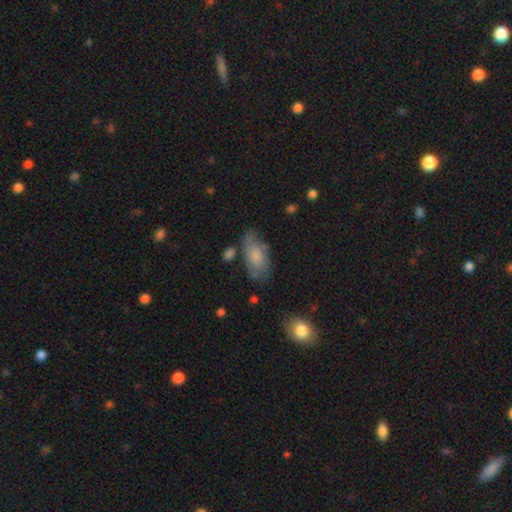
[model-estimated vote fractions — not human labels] smooth_or_featured: smooth (p=0.69) [alt: featured or disk p=0.24]
how_rounded: in between (p=0.90) [alt: cigar-shaped p=0.06]
merging: none (p=0.58) [alt: minor disturbance p=0.27]